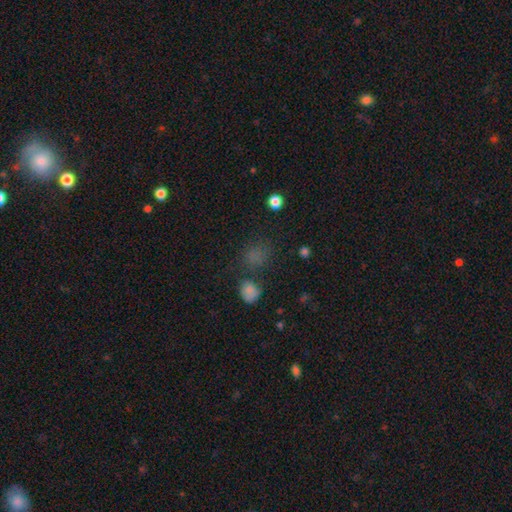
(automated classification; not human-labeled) Overall: smooth (67%). How rounded: round (60%; in between 38%). Merging: none (60%).